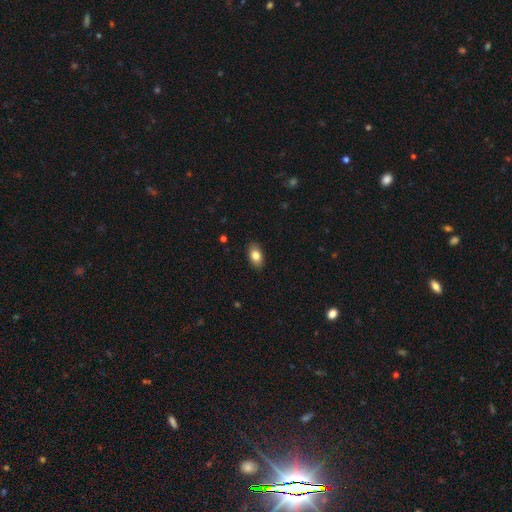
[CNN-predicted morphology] smooth-or-featured: smooth: 83% | featured or disk: 9% | star or artifact: 8%
  how-rounded: in between: 90% | round: 8% | cigar-shaped: 2%
  merging: none: 88% | minor disturbance: 9% | major disturbance: 2% | merger: 1%